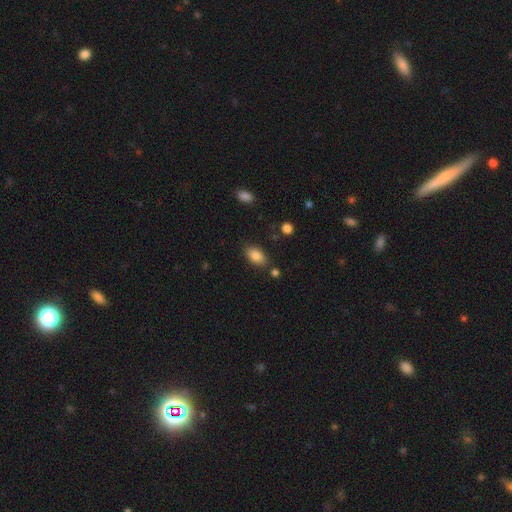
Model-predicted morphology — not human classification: Smooth or featured?
  - smooth: 85% *
  - star or artifact: 8%
  - featured or disk: 7%
How rounded?
  - in between: 90% *
  - round: 8%
  - cigar-shaped: 2%
Merging?
  - none: 81% *
  - minor disturbance: 12%
  - merger: 4%
  - major disturbance: 3%